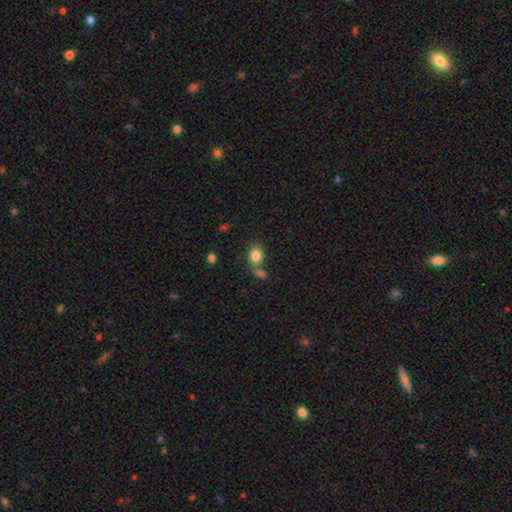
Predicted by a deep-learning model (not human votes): This appears to be a smooth galaxy with no disk features (84%) that is in between round and cigar-shaped (53%). Merging: none (57%).